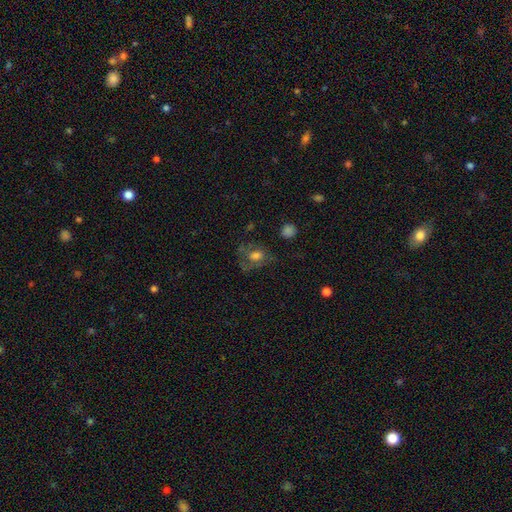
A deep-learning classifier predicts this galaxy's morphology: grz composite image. It shows a smooth galaxy with no disk features (53%) that is in between round and cigar-shaped (59%). Merging: none (45%).